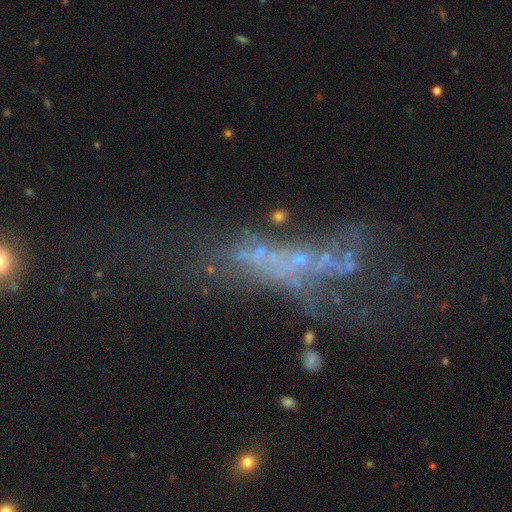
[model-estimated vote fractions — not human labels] This appears to be a featured or disk galaxy (47%). Merging: none (34%).